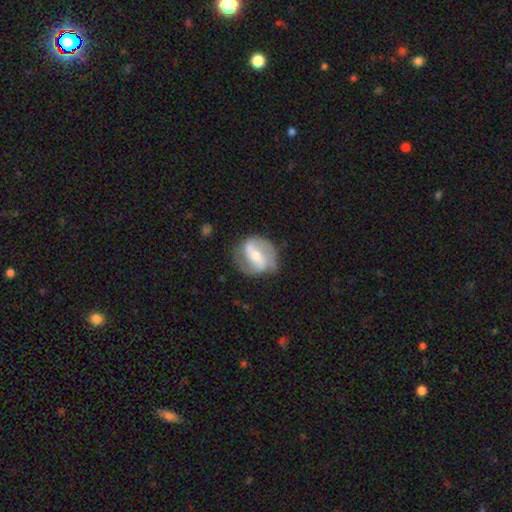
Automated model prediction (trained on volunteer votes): smooth_or_featured: featured or disk (p=0.77) [alt: smooth p=0.18]
disk_edge_on: no (p=0.97) [alt: yes p=0.03]
bar: strong (p=0.42) [alt: weak p=0.37]
has_spiral_arms: yes (p=0.86) [alt: no p=0.14]
spiral_winding: medium (p=0.47) [alt: loose p=0.27]
spiral_arm_count: 2 (p=0.85) [alt: can't tell p=0.07]
bulge_size: moderate (p=0.61) [alt: small p=0.32]
merging: none (p=0.73) [alt: minor disturbance p=0.18]